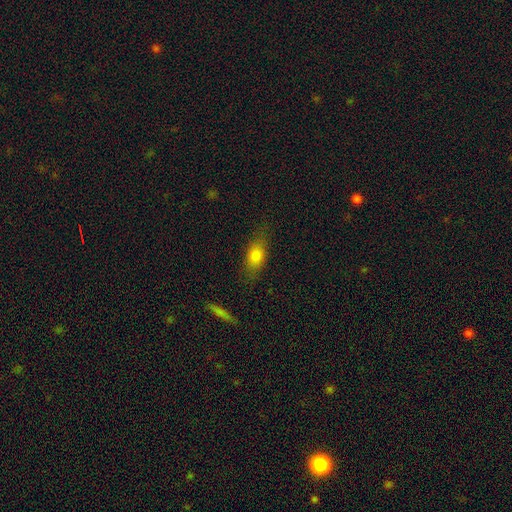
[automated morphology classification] Smooth or featured: smooth — 78% (featured or disk — 13%)
How rounded: in between — 78% (cigar-shaped — 13%)
Merging: none — 74% (minor disturbance — 18%)